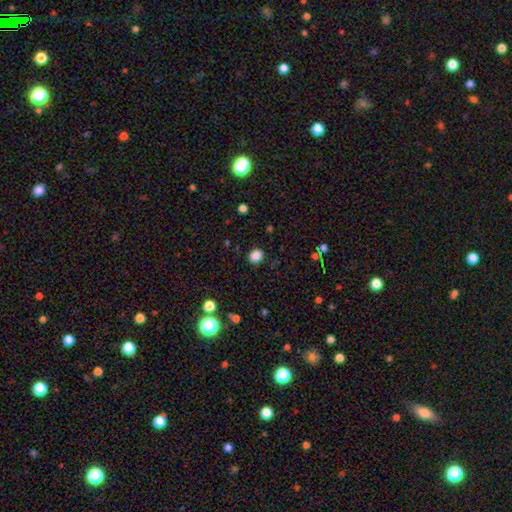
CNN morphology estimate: This is clearly a smooth galaxy (85%). How rounded: likely round (73%). Merging: clearly none (89%).